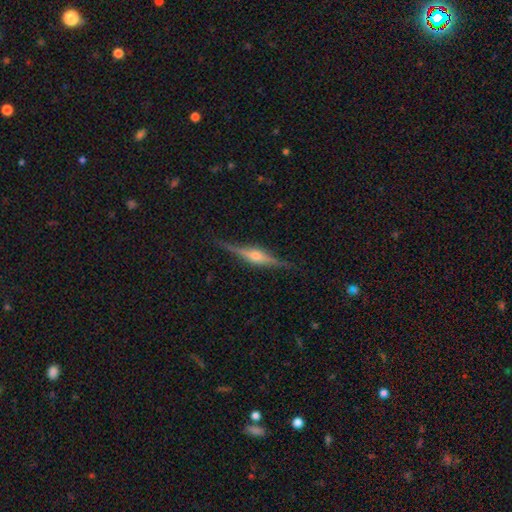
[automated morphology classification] This appears to be a featured or disk galaxy (85%) viewed edge-on (98%) with a rounded central bulge (88%). Merging: none (89%).